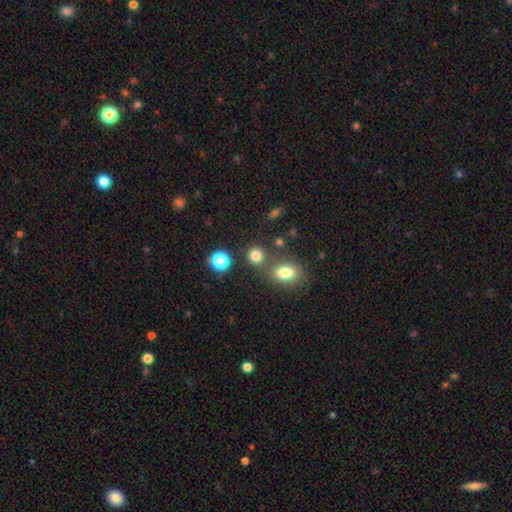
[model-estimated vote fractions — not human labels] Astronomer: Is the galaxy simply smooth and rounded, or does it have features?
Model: smooth — 80%.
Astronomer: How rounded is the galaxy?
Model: round — 83%.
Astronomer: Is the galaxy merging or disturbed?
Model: none — 72%.